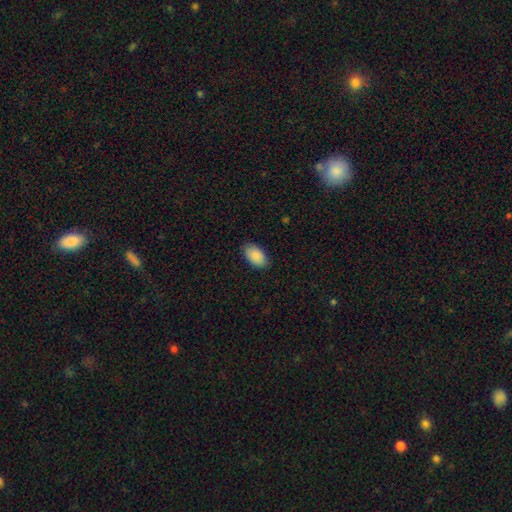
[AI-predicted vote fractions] smooth 89%, star or artifact 6%, featured or disk 5%. Down the decision tree: how rounded — in between (94%); merging — none (85%).